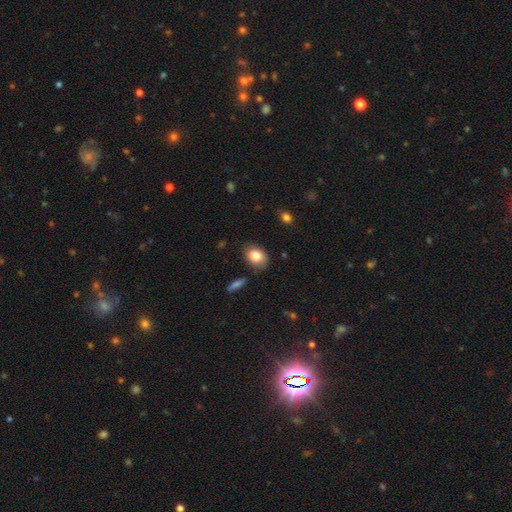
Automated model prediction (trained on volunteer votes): Smooth or featured? smooth (83%)
How rounded? in between (67%)
Merging? none (79%)